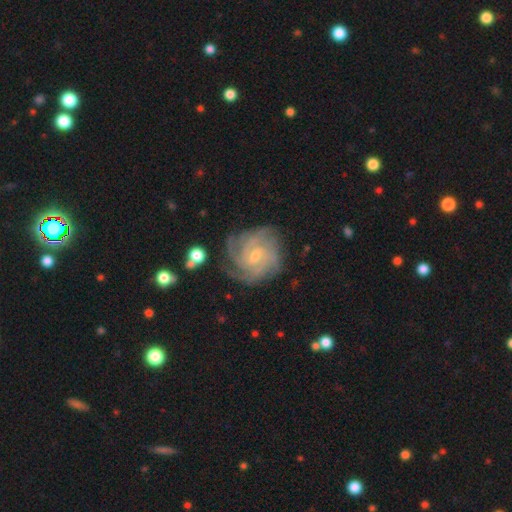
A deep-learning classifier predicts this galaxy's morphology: This is clearly a featured or disk galaxy (87%). It is clearly not viewed edge-on (98%). Bar: possibly weak (55%). Spiral arm pattern: clearly yes (97%). Spiral arm count: marginally 4 (31%). Spiral winding: likely tight (69%). Central bulge: possibly small (59%). Merging: likely none (75%).